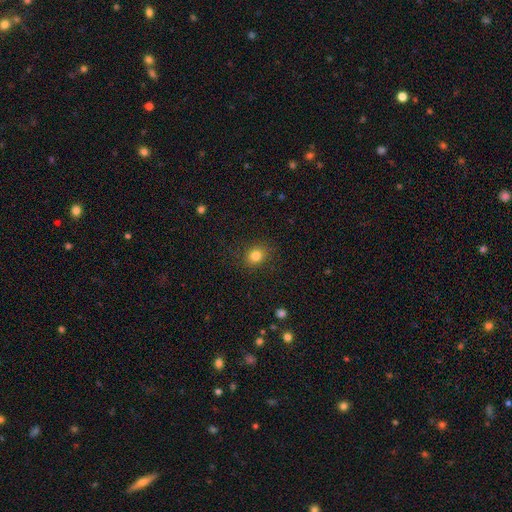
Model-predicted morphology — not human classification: A smooth galaxy with no disk features (82%) that is round (63%). Merging: none (87%).